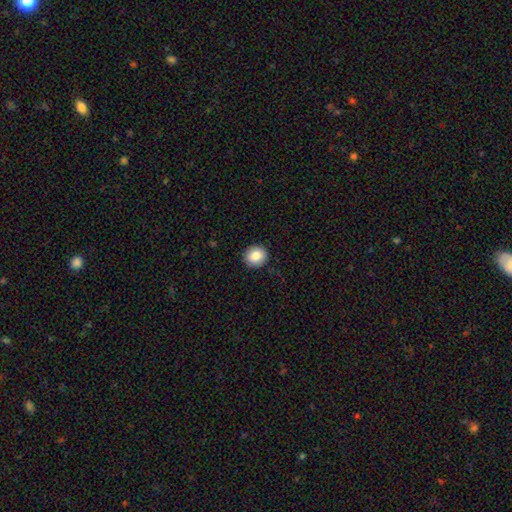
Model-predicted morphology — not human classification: A smooth galaxy with no disk features (86%) that is round (86%). Merging: none (92%).